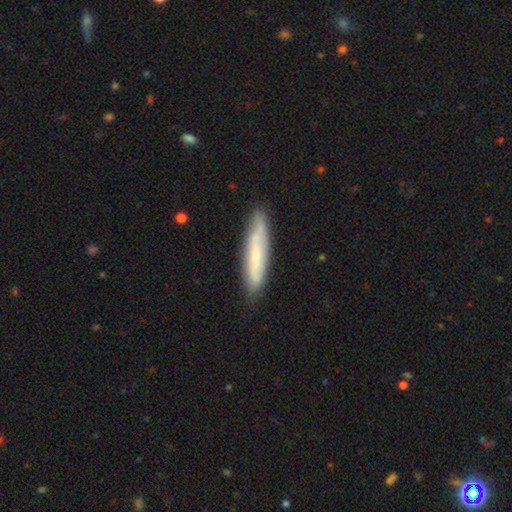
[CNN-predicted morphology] smooth 56%, featured or disk 37%, star or artifact 6%. Down the decision tree: how rounded — cigar-shaped (85%); merging — none (80%).